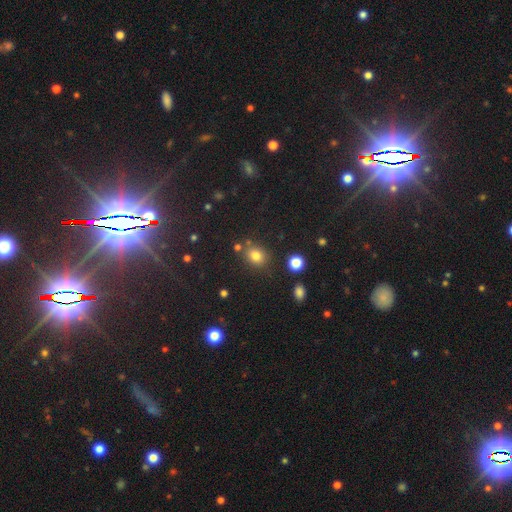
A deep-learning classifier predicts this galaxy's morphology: type=smooth (77%); roundness=round (64%); merging=none (76%).